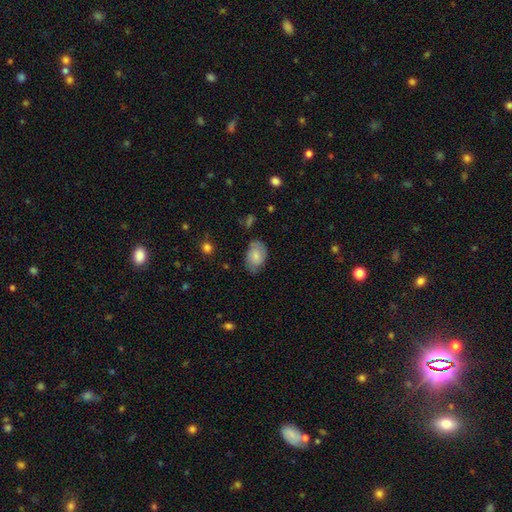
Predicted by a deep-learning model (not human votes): This appears to be a smooth galaxy with no disk features (68%) that is in between round and cigar-shaped (86%). Merging: none (65%).